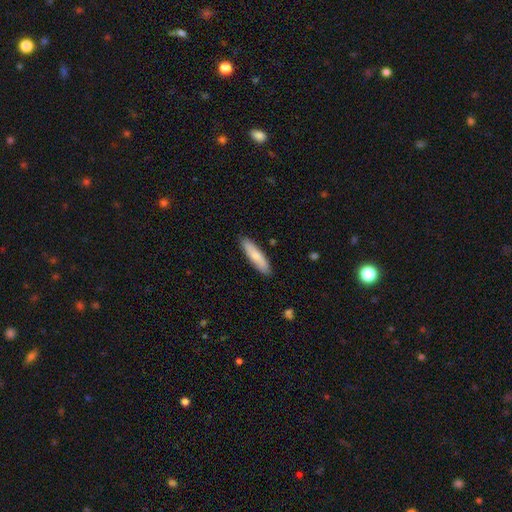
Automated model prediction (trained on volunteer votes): This is likely a smooth galaxy (76%). How rounded: likely cigar-shaped (75%). Merging: clearly none (89%).